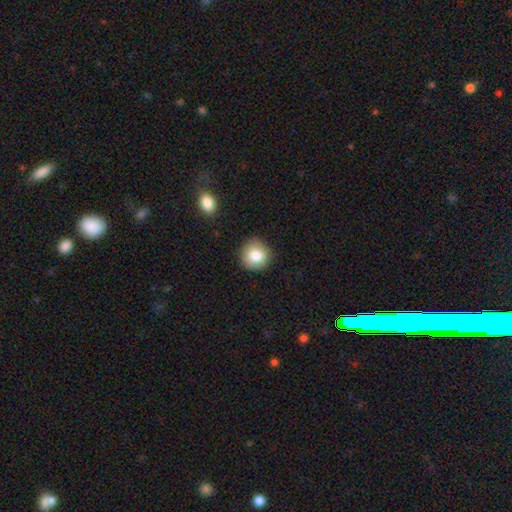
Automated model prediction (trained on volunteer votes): Morphology: type=smooth (82%); roundness=round (90%); merging=none (87%).